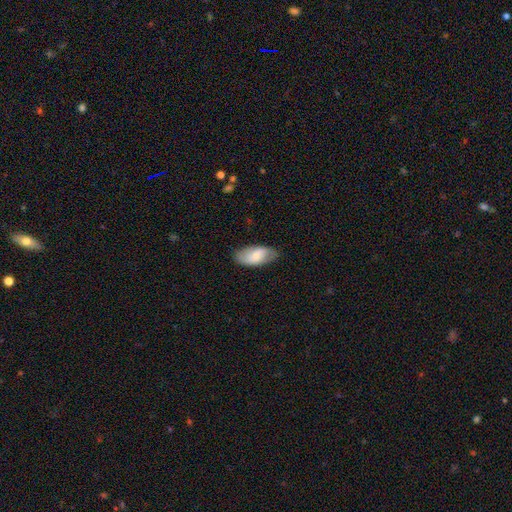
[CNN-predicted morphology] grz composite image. It shows a smooth galaxy with no disk features (73%) that is in between round and cigar-shaped (93%). Merging: none (79%).